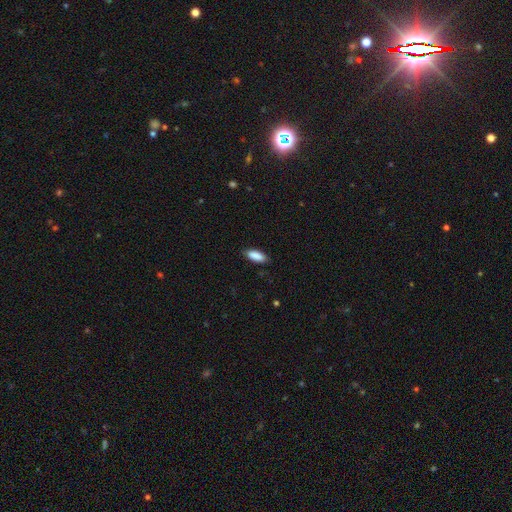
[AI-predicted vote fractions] smooth_or_featured: smooth (p=0.90) [alt: star or artifact p=0.06]
how_rounded: in between (p=0.81) [alt: cigar-shaped p=0.18]
merging: none (p=0.84) [alt: minor disturbance p=0.13]